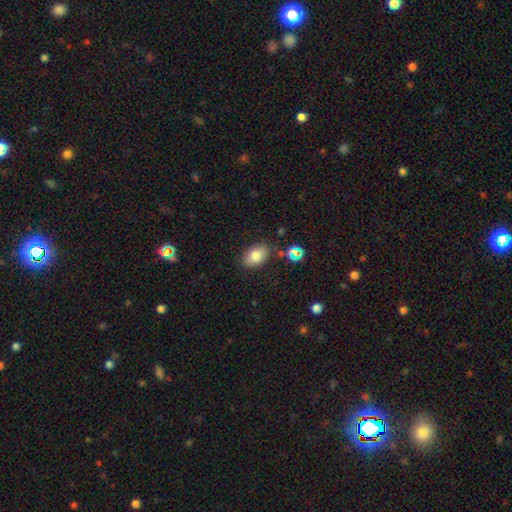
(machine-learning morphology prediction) A smooth galaxy with no disk features (79%) that is in between round and cigar-shaped (85%).

Vote fractions:
- Smooth or featured? smooth: 79% / featured or disk: 11% / star or artifact: 10%
- How rounded? in between: 85% / round: 14% / cigar-shaped: 1%
- Merging? none: 82% / minor disturbance: 12% / merger: 3% / major disturbance: 3%